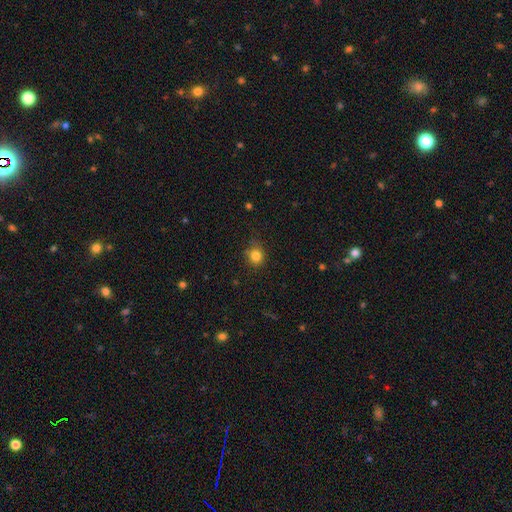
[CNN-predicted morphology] This appears to be a smooth galaxy with no disk features (81%) that is round (85%). Merging: none (78%).